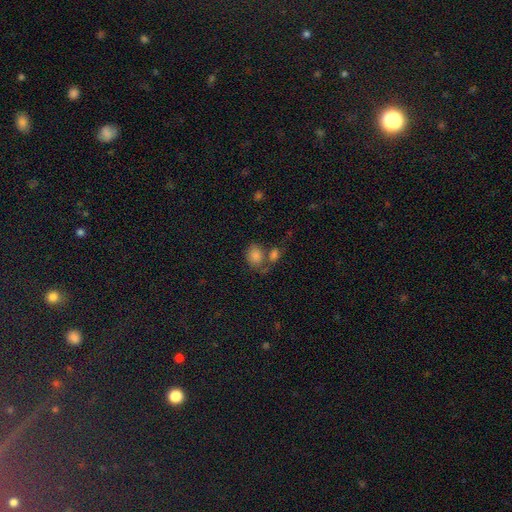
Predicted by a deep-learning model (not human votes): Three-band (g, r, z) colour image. It shows a smooth galaxy with no disk features (80%) that is in between round and cigar-shaped (58%). Merging: none (40%).